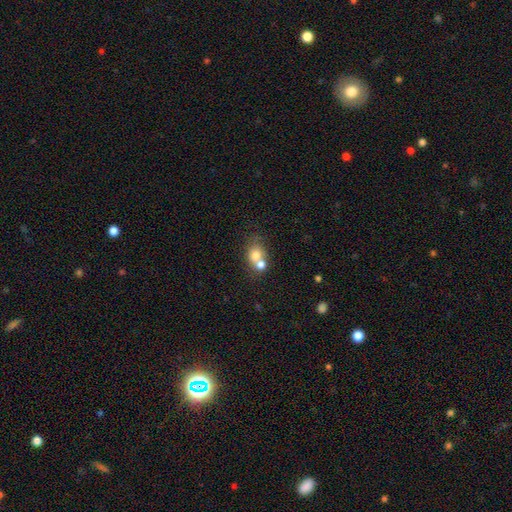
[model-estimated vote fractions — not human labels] Smooth or featured? smooth (73%)
How rounded? round (62%)
Merging? merger (55%)